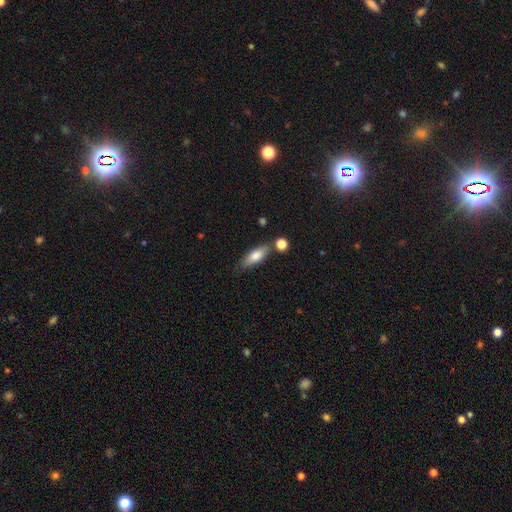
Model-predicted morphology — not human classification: Smooth or featured?
  - smooth: 74% *
  - featured or disk: 19%
  - star or artifact: 7%
How rounded?
  - in between: 60% *
  - cigar-shaped: 37%
  - round: 3%
Merging?
  - none: 71% *
  - minor disturbance: 15%
  - merger: 10%
  - major disturbance: 4%